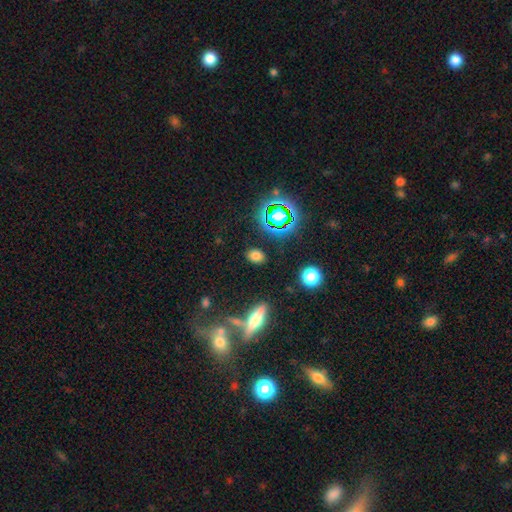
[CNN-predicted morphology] This is likely a smooth galaxy (70%). How rounded: likely in between (75%). Merging: clearly none (86%).